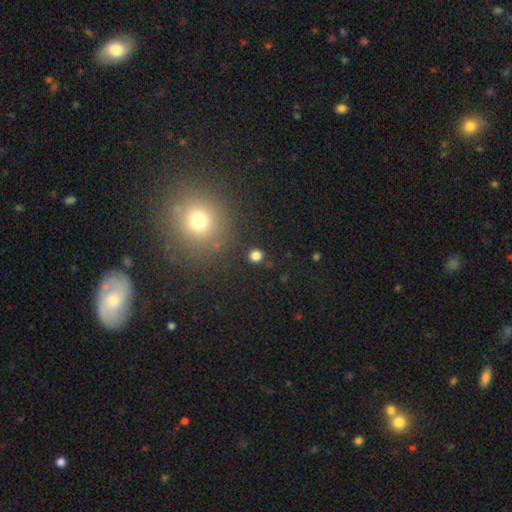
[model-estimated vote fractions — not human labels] Smooth or featured? smooth (79%)
How rounded? round (90%)
Merging? none (89%)